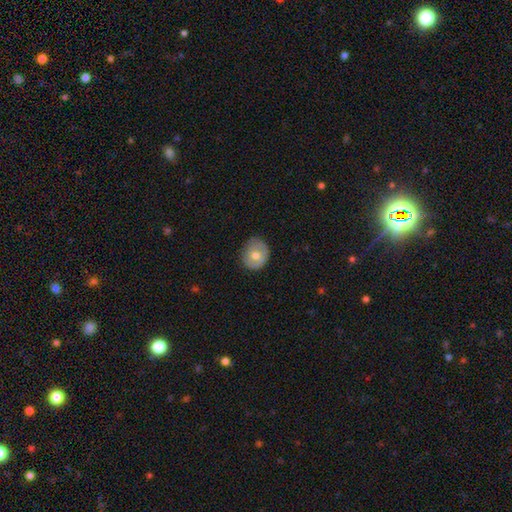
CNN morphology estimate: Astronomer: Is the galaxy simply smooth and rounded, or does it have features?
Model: smooth — 61%.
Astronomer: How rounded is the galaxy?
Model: round — 69%.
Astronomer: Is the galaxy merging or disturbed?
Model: none — 71%.